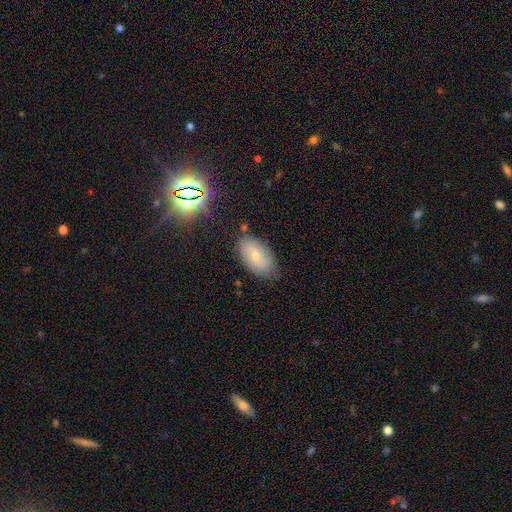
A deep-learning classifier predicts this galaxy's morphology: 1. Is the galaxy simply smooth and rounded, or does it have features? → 62% smooth, 27% featured or disk, 11% star or artifact.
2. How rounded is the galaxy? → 93% in between, 5% round, 3% cigar-shaped.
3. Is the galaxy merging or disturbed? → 78% none, 16% minor disturbance, 3% major disturbance, 3% merger.